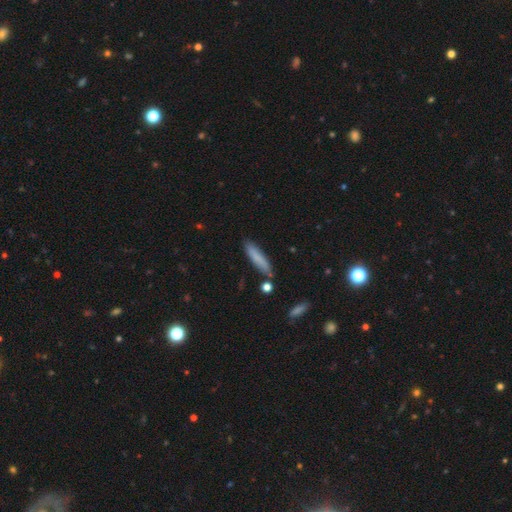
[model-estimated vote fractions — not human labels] Morphology: type=smooth (80%); roundness=cigar-shaped (82%); merging=none (80%).